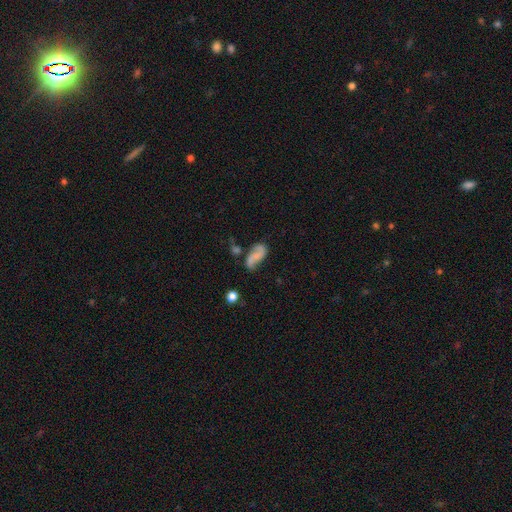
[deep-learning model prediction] Morphology: type=featured or disk (56%); edge-on=no (96%); bar=no (58%); spiral arms=yes (87%); bulge=none (58%); merging=none (49%).